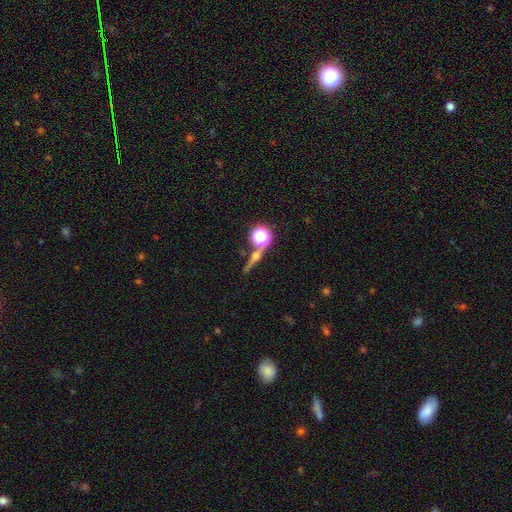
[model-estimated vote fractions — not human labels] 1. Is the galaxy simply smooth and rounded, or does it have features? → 49% featured or disk, 27% smooth, 24% star or artifact.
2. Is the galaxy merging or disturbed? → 73% none, 13% merger, 10% minor disturbance, 5% major disturbance.